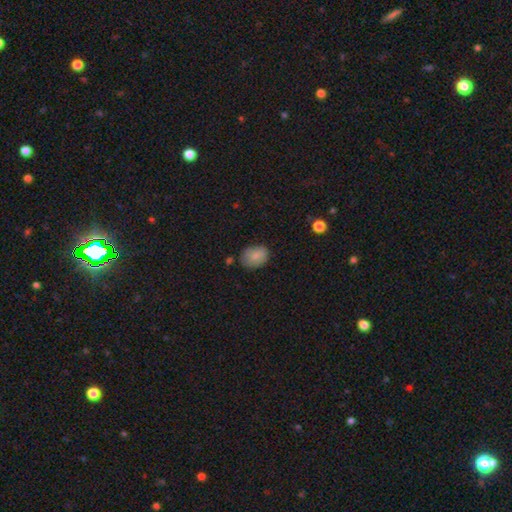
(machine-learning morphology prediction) Smooth or featured: smooth — 84% (featured or disk — 8%)
How rounded: in between — 65% (round — 34%)
Merging: none — 73% (minor disturbance — 20%)